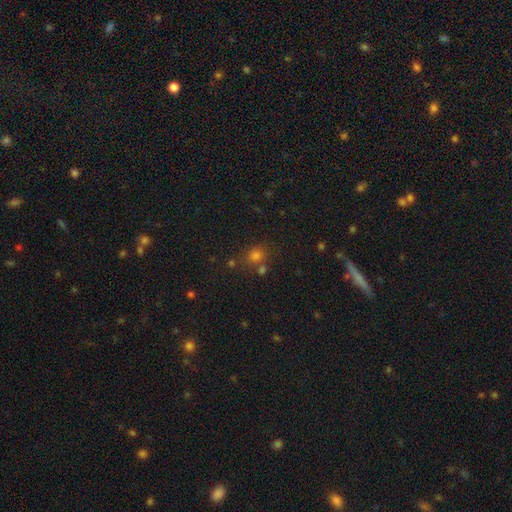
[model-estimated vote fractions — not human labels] Overall: smooth (68%). How rounded: round (79%). Merging: none (72%).